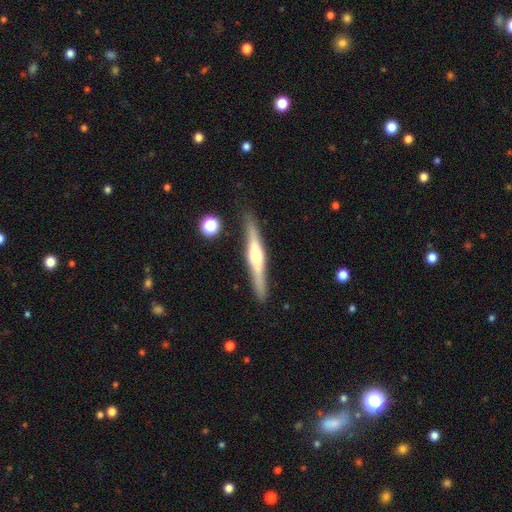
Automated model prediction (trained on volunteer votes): smooth-or-featured: featured or disk: 68% | smooth: 27% | star or artifact: 6%
  disk-edge-on: yes: 97% | no: 3%
    edge-on-bulge: rounded: 83% | boxy: 11% | none: 6%
  merging: none: 88% | minor disturbance: 9% | merger: 2% | major disturbance: 2%